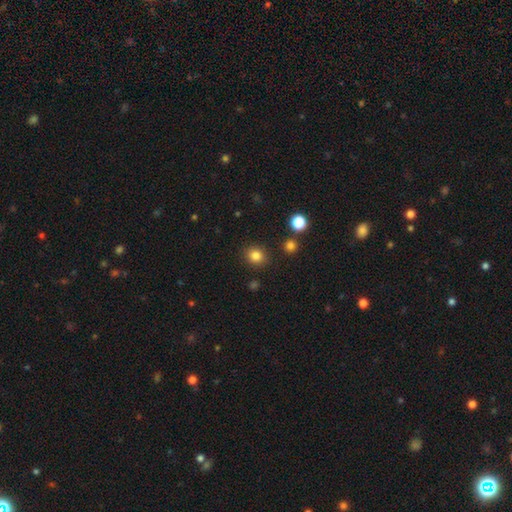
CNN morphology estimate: A smooth galaxy with no disk features (83%) that is round (82%).

Vote fractions:
- Smooth or featured? smooth: 83% / star or artifact: 12% / featured or disk: 5%
- How rounded? round: 82% / in between: 17% / cigar-shaped: 1%
- Merging? none: 89% / minor disturbance: 7% / merger: 2% / major disturbance: 2%